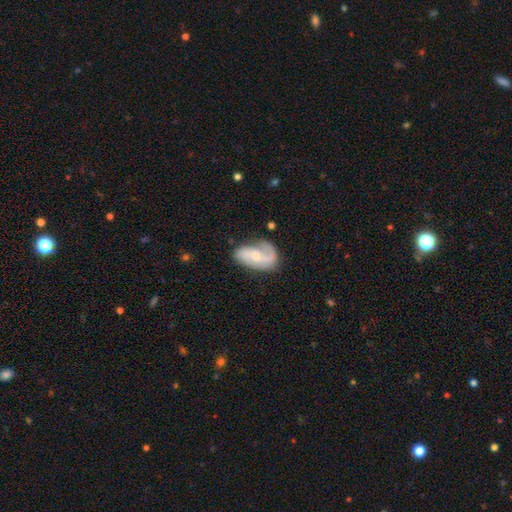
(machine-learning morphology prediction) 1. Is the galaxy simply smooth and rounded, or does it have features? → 75% featured or disk, 19% smooth, 6% star or artifact.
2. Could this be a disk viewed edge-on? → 96% no, 4% yes.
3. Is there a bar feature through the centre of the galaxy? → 54% no, 34% weak, 12% strong.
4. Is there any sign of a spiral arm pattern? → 91% yes, 9% no.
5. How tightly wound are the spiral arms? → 45% loose, 38% medium, 17% tight.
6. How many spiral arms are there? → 73% 2, 14% 1, 9% can't tell, 2% 3, 1% 4, 1% more than 4.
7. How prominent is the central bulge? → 49% small, 47% moderate, 2% none, 2% large, 1% dominant.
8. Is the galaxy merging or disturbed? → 56% none, 27% minor disturbance, 14% major disturbance, 3% merger.